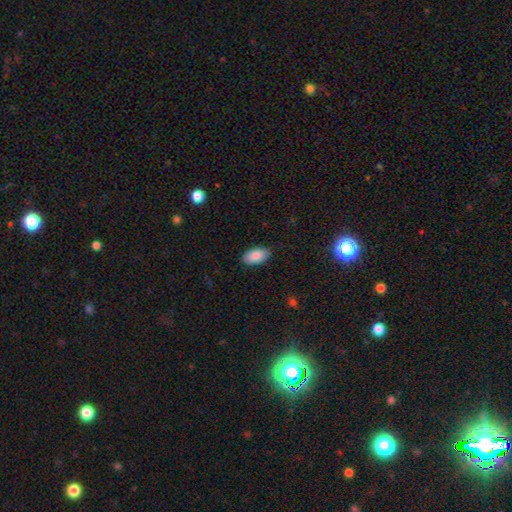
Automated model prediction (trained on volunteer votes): Smooth or featured? smooth (88%)
How rounded? in between (95%)
Merging? none (87%)